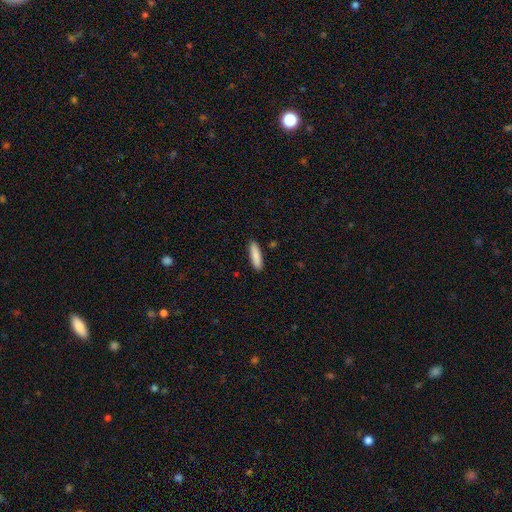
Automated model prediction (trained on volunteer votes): smooth 86%, featured or disk 8%, star or artifact 6%. Down the decision tree: how rounded — cigar-shaped (66%); merging — none (89%).